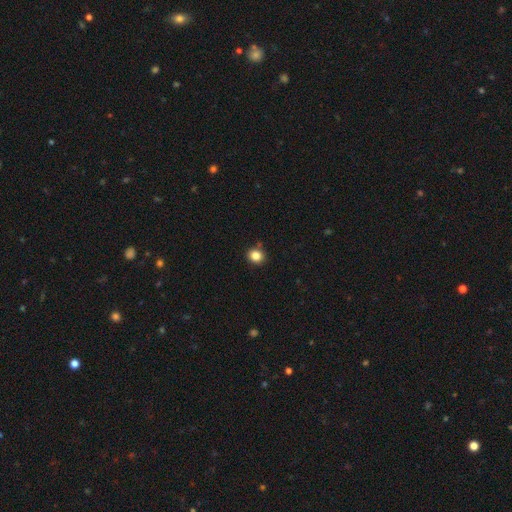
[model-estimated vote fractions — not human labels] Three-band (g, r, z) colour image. It shows a smooth galaxy with no disk features (85%) that is round (79%). Merging: none (86%).